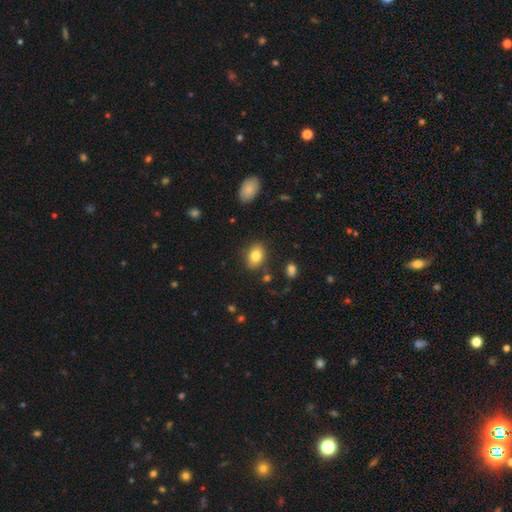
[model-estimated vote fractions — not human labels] smooth_or_featured: smooth (p=0.81) [alt: featured or disk p=0.10]
how_rounded: in between (p=0.81) [alt: round p=0.17]
merging: none (p=0.83) [alt: minor disturbance p=0.11]